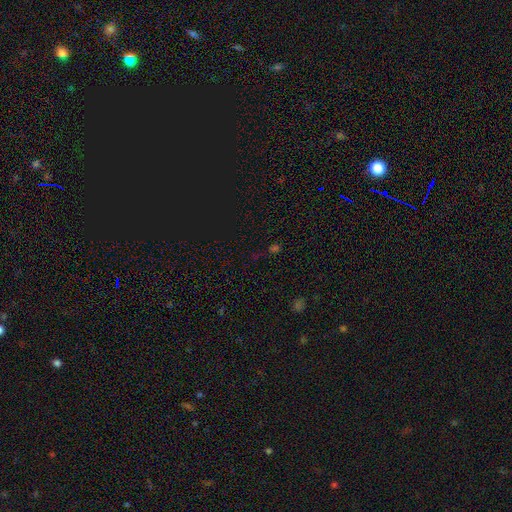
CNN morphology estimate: Overall: star or artifact (62%; smooth 31%).